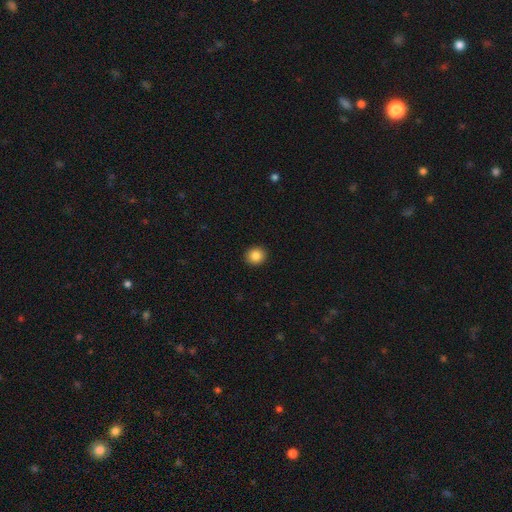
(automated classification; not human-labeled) Smooth or featured? Predicted: smooth (p=0.85). How rounded? Predicted: round (p=0.83). Merging? Predicted: none (p=0.93).